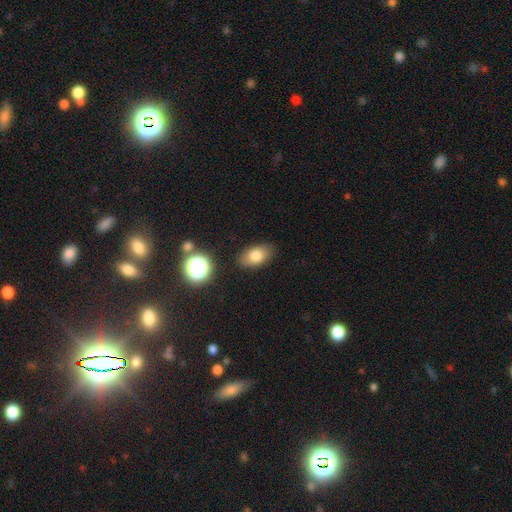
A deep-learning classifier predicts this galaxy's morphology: Smooth or featured?
  - smooth: 78% *
  - featured or disk: 12%
  - star or artifact: 10%
How rounded?
  - in between: 87% *
  - round: 11%
  - cigar-shaped: 2%
Merging?
  - none: 85% *
  - minor disturbance: 10%
  - major disturbance: 3%
  - merger: 2%